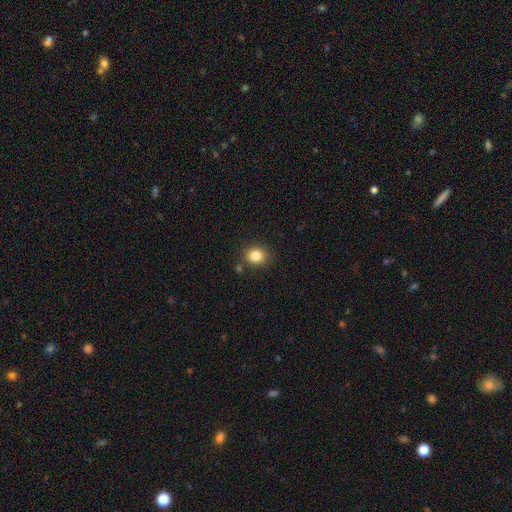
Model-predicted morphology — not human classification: Smooth or featured? Predicted: smooth (p=0.84). How rounded? Predicted: round (p=0.64). Merging? Predicted: none (p=0.83).